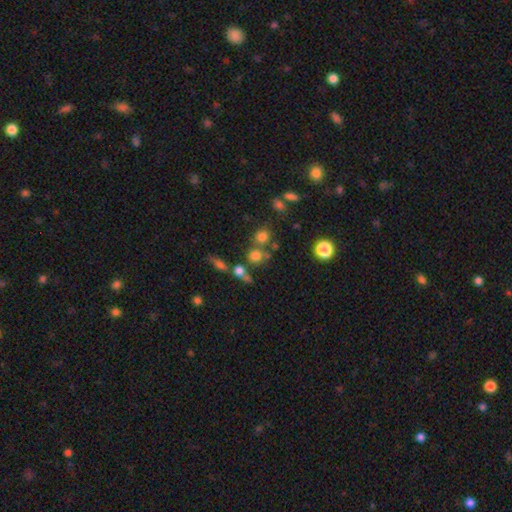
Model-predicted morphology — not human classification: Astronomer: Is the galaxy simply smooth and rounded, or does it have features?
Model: smooth — 69%.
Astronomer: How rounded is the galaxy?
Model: round — 86%.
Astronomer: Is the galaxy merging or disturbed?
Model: none — 56%.